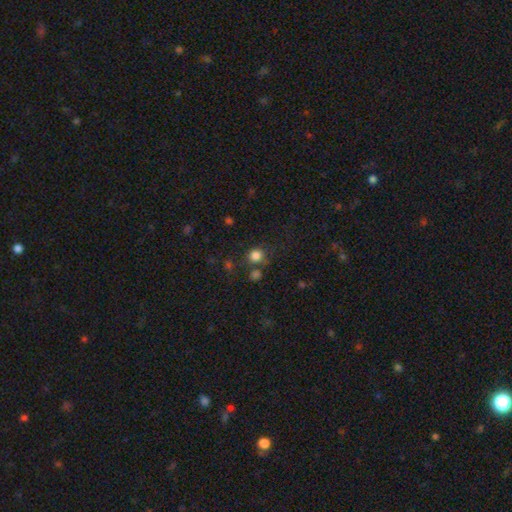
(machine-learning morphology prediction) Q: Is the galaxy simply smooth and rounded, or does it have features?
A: smooth — 81%.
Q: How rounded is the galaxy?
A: round — 85%.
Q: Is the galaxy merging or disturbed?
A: none — 70%.